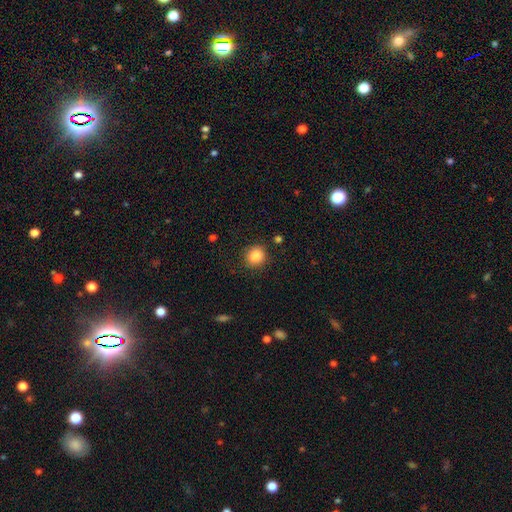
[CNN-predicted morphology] Smooth or featured? smooth (86%)
How rounded? round (80%)
Merging? none (82%)